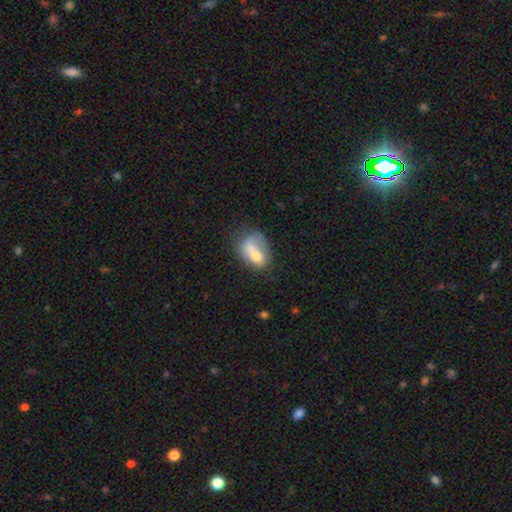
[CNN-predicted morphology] Smooth or featured?
  - smooth: 57% *
  - featured or disk: 34%
  - star or artifact: 9%
How rounded?
  - in between: 77% *
  - round: 20%
  - cigar-shaped: 3%
Merging?
  - merger: 30% *
  - none: 28%
  - major disturbance: 21%
  - minor disturbance: 20%